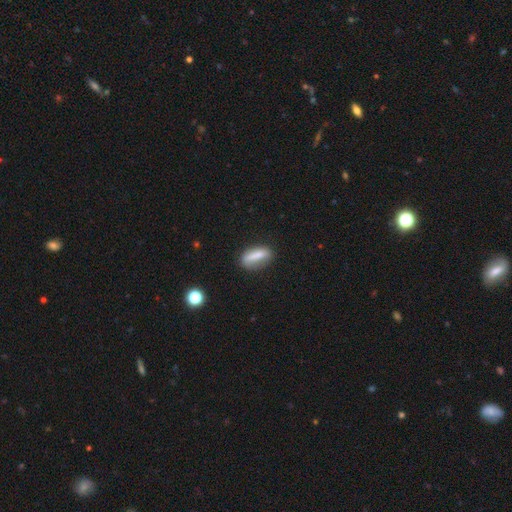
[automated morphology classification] Smooth or featured?
  - smooth: 70% *
  - featured or disk: 22%
  - star or artifact: 8%
How rounded?
  - in between: 58% *
  - cigar-shaped: 37%
  - round: 4%
Merging?
  - none: 71% *
  - minor disturbance: 20%
  - major disturbance: 6%
  - merger: 3%